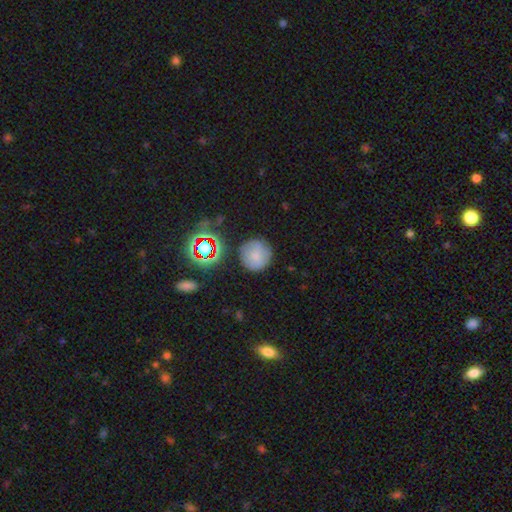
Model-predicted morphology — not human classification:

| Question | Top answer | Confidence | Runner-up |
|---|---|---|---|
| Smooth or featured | smooth | 62% | featured or disk (24%) |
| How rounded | round | 93% | in between (6%) |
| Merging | none | 78% | minor disturbance (14%) |